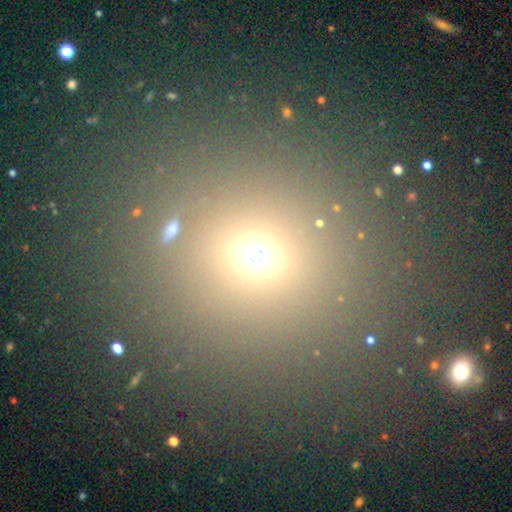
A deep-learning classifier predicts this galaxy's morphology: Overall: smooth (62%; star or artifact 30%). How rounded: round (79%). Merging: none (81%).